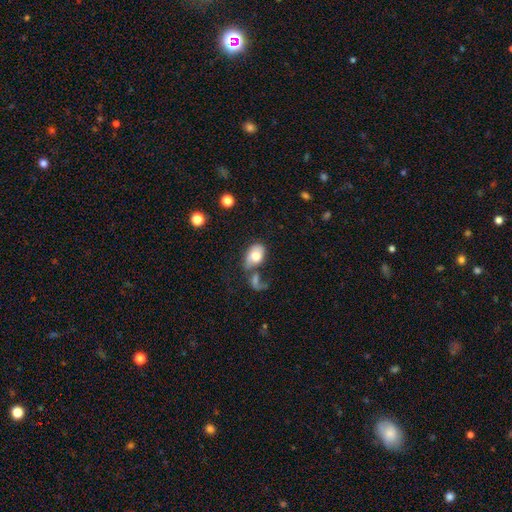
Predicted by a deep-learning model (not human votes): This is likely a smooth galaxy (72%). How rounded: clearly in between (84%). Merging: marginally merger (33%).